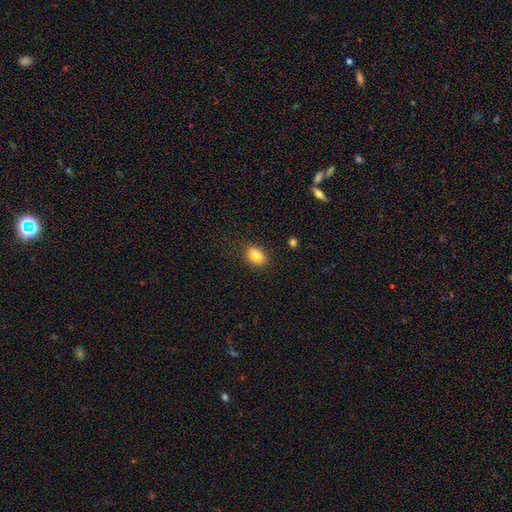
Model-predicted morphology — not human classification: Smooth or featured: smooth — 83% (star or artifact — 9%)
How rounded: in between — 74% (round — 25%)
Merging: none — 85% (minor disturbance — 11%)